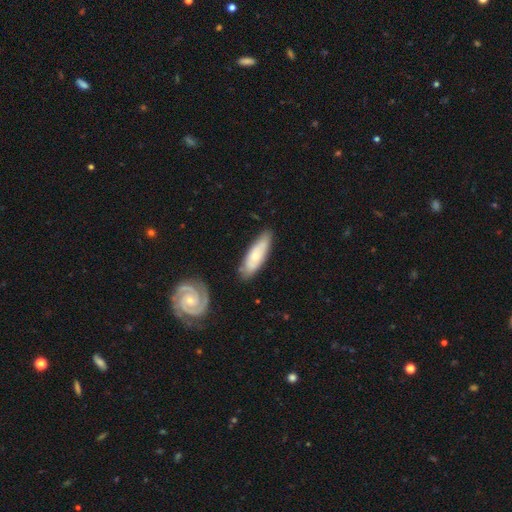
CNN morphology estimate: Smooth or featured?
  - smooth: 53% *
  - featured or disk: 41%
  - star or artifact: 6%
How rounded?
  - cigar-shaped: 53% *
  - in between: 45%
  - round: 2%
Merging?
  - none: 76% *
  - minor disturbance: 16%
  - merger: 4%
  - major disturbance: 3%